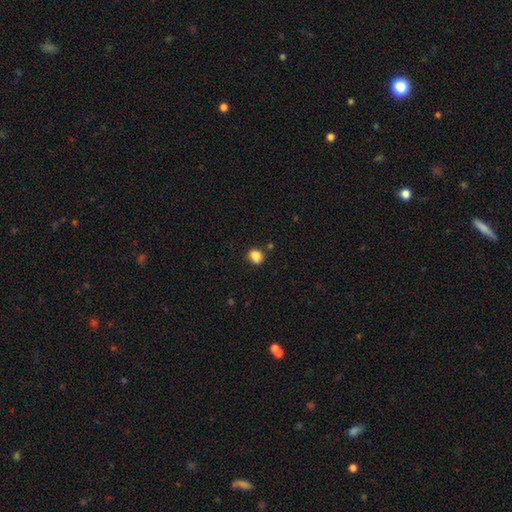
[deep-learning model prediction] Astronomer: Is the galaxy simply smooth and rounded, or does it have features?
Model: smooth — 84%.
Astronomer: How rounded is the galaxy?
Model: round — 68%.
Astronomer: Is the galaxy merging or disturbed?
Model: none — 73%.